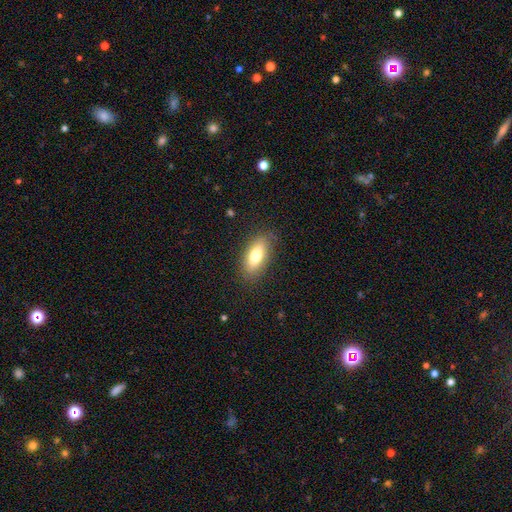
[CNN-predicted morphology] The model was most divided on "smooth or featured": smooth: 76%, featured or disk: 16%, star or artifact: 8%. More confident: merging — none (83%); how rounded — in between (83%).